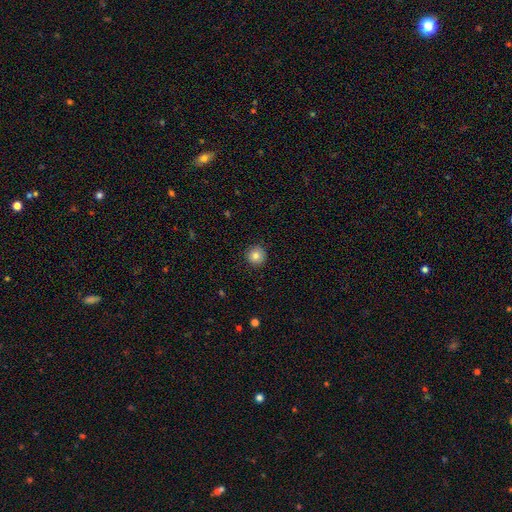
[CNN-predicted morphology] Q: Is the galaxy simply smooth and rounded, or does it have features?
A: smooth — 82%.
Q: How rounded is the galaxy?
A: round — 95%.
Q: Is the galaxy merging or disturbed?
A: none — 91%.